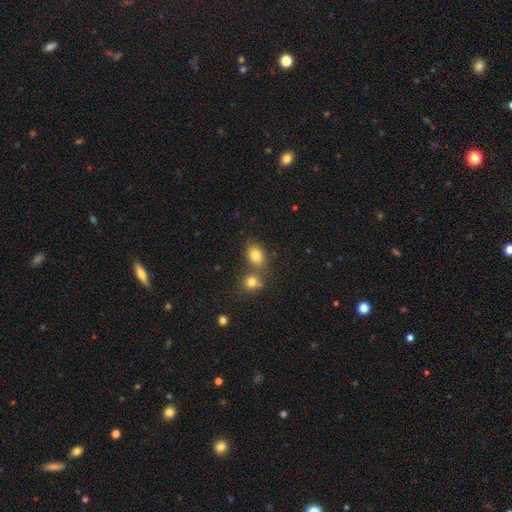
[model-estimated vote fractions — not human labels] smooth 81%, star or artifact 11%, featured or disk 8%. Down the decision tree: how rounded — in between (71%); merging — none (58%).